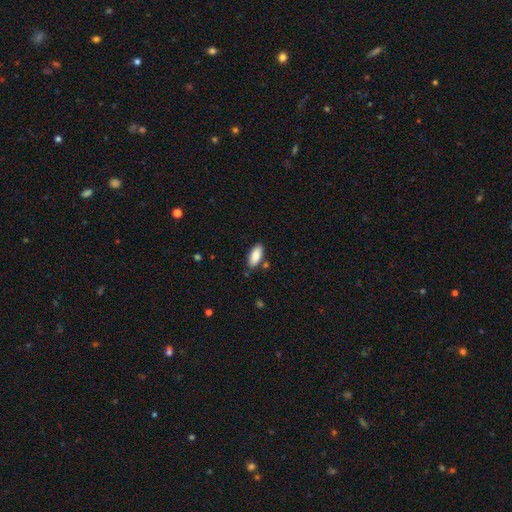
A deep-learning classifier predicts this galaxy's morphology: type=smooth (88%); roundness=in between (87%); merging=none (83%).